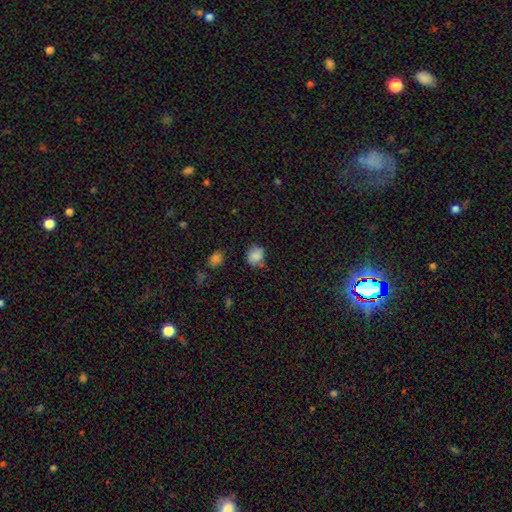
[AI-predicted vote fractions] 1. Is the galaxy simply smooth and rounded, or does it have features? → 81% smooth, 10% star or artifact, 9% featured or disk.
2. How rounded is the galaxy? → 72% round, 27% in between, 1% cigar-shaped.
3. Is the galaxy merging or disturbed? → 65% none, 26% minor disturbance, 6% major disturbance, 3% merger.